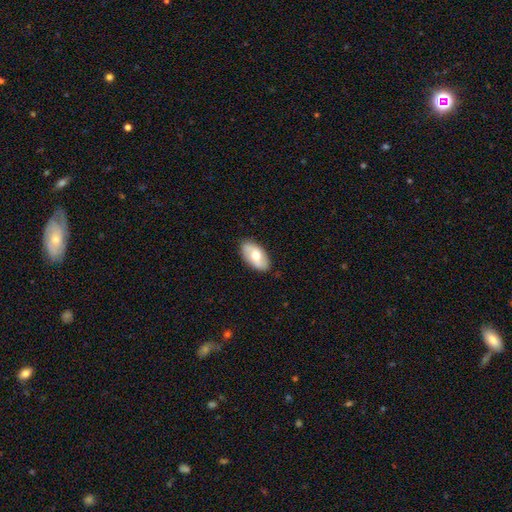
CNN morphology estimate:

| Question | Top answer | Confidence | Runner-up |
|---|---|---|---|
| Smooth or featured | smooth | 60% | featured or disk (34%) |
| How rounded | in between | 93% | round (4%) |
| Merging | none | 85% | minor disturbance (11%) |